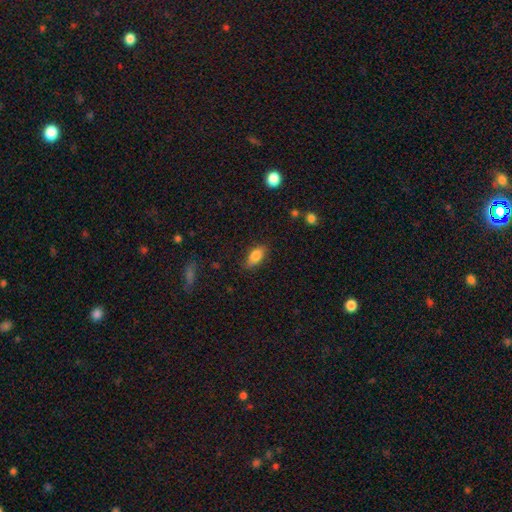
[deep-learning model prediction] smooth_or_featured: smooth (p=0.82) [alt: featured or disk p=0.10]
how_rounded: in between (p=0.87) [alt: cigar-shaped p=0.08]
merging: none (p=0.81) [alt: minor disturbance p=0.14]